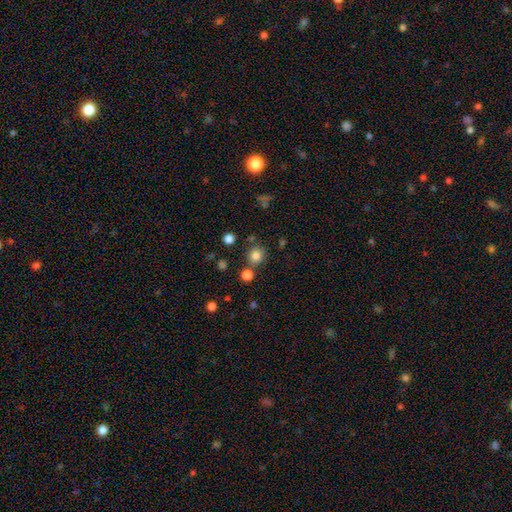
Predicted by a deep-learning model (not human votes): Smooth or featured? Predicted: smooth (p=0.81). How rounded? Predicted: round (p=0.90). Merging? Predicted: none (p=0.79).